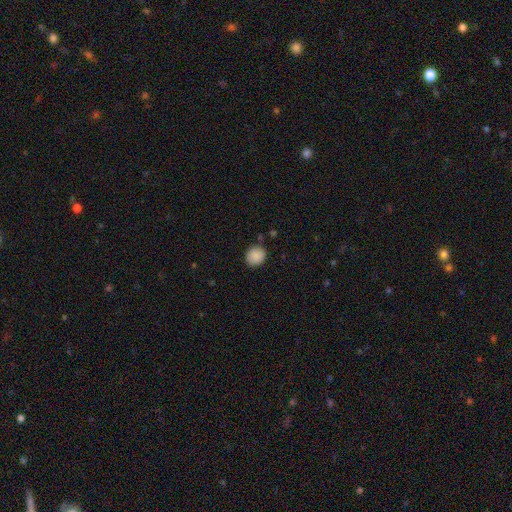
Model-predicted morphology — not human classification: Smooth or featured? smooth (88%)
How rounded? round (81%)
Merging? none (83%)